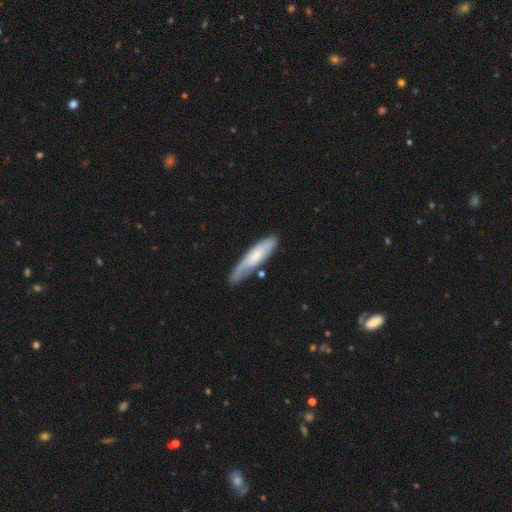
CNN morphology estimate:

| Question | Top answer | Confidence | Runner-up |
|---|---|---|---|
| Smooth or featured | smooth | 55% | featured or disk (40%) |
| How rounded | cigar-shaped | 70% | in between (29%) |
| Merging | none | 60% | minor disturbance (27%) |